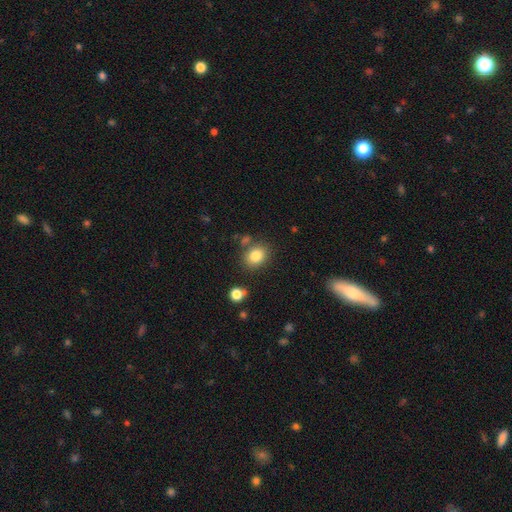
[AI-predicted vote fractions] Smooth or featured? smooth (82%)
How rounded? round (50%)
Merging? none (76%)